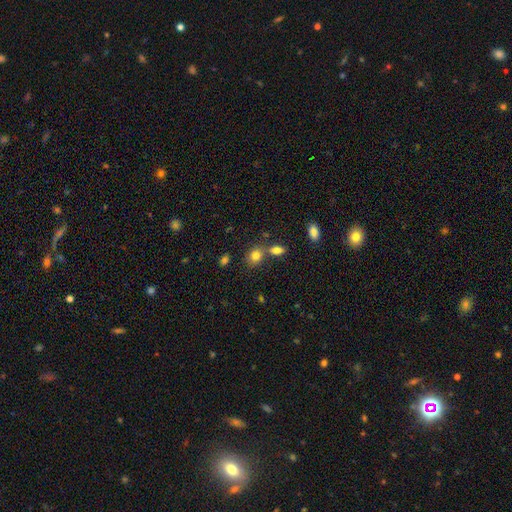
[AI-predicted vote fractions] The model was most divided on "how rounded": round: 52%, in between: 46%, cigar-shaped: 2%. More confident: smooth or featured — smooth (82%); merging — none (55%).